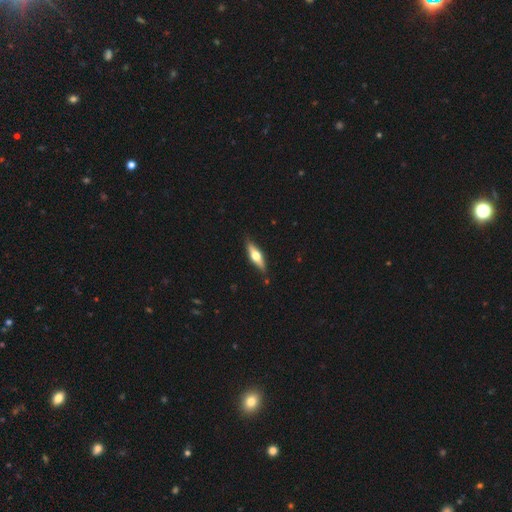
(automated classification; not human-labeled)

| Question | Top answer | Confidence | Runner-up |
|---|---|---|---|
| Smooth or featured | featured or disk | 56% | smooth (38%) |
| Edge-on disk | yes | 93% | no (7%) |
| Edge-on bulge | rounded | 95% | boxy (4%) |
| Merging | none | 86% | minor disturbance (11%) |